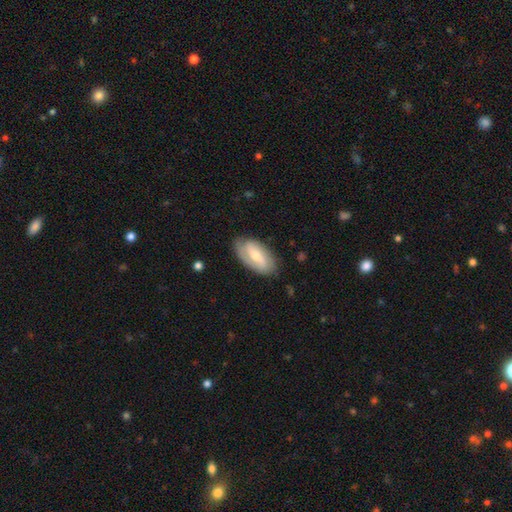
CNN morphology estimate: smooth_or_featured: featured or disk (p=0.61) [alt: smooth p=0.33]
disk_edge_on: no (p=0.92) [alt: yes p=0.08]
bar: weak (p=0.43) [alt: no p=0.32]
has_spiral_arms: yes (p=0.80) [alt: no p=0.20]
bulge_size: small (p=0.48) [tied with: moderate p=0.48]
merging: none (p=0.78) [alt: minor disturbance p=0.17]